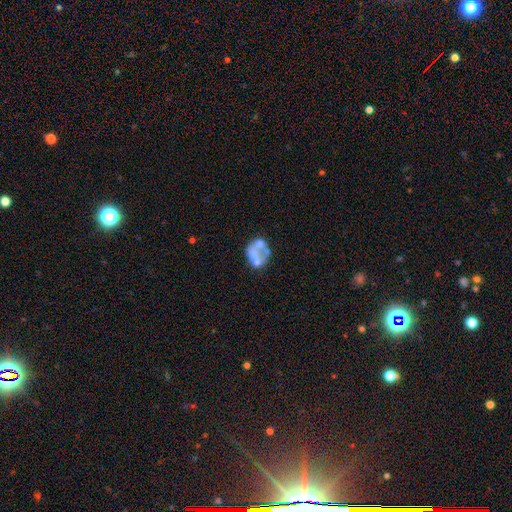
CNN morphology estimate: featured or disk 47%, smooth 43%, star or artifact 10%. Down the decision tree: merging — none (37%).